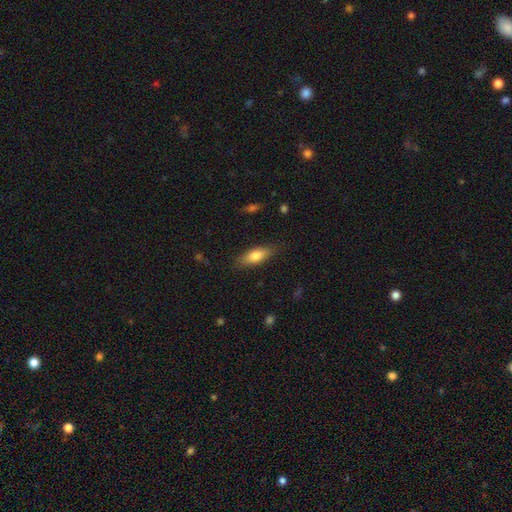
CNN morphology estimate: Smooth or featured?
  - smooth: 77% *
  - featured or disk: 16%
  - star or artifact: 7%
How rounded?
  - in between: 69% *
  - cigar-shaped: 29%
  - round: 3%
Merging?
  - none: 81% *
  - minor disturbance: 14%
  - major disturbance: 3%
  - merger: 1%